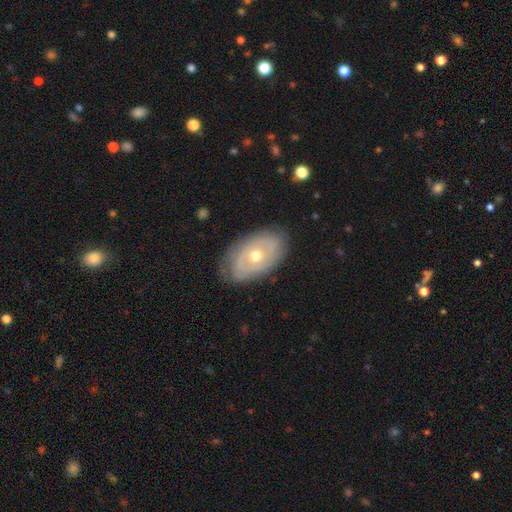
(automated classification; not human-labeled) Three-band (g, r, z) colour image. It shows a featured or disk galaxy (66%) with no bar (85%), spiral arms (52%) and a moderate central bulge (70%). Merging: none (76%).